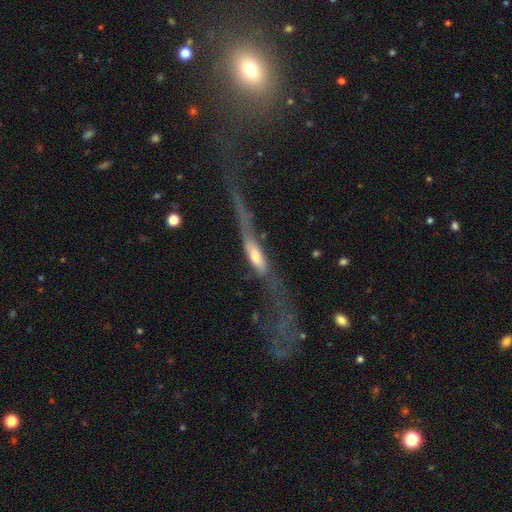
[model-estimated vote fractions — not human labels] smooth-or-featured: featured or disk: 65% | smooth: 27% | star or artifact: 8%
  disk-edge-on: yes: 62% | no: 38%
  merging: major disturbance: 50% | none: 25% | minor disturbance: 17% | merger: 8%